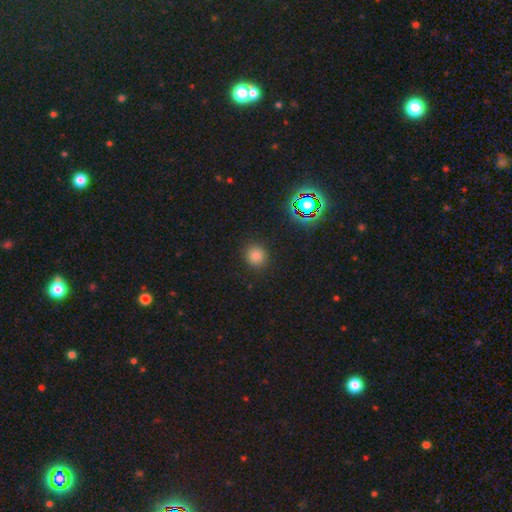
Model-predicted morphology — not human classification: Q: Smooth or featured?
A: smooth (79%); runner-up: star or artifact (16%)
Q: How rounded?
A: round (85%); runner-up: in between (14%)
Q: Merging?
A: none (89%); runner-up: minor disturbance (7%)